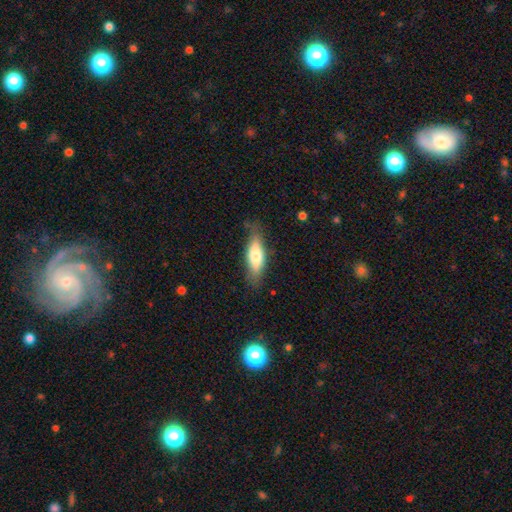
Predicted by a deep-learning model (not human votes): Smooth or featured? Predicted: smooth (p=0.67). How rounded? Predicted: in between (p=0.60). Merging? Predicted: none (p=0.73).